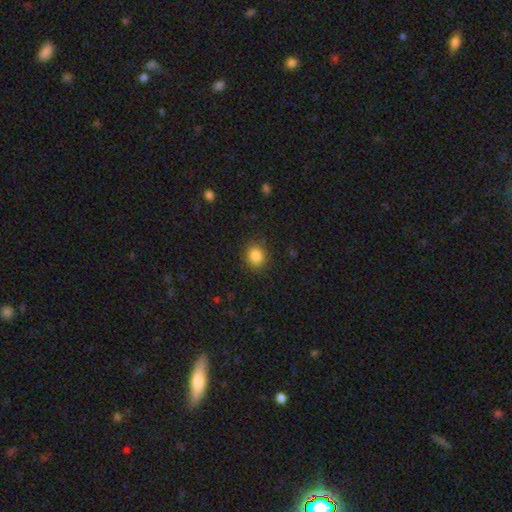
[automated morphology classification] Smooth or featured: smooth — 86% (star or artifact — 10%)
How rounded: round — 72% (in between — 27%)
Merging: none — 86% (minor disturbance — 10%)